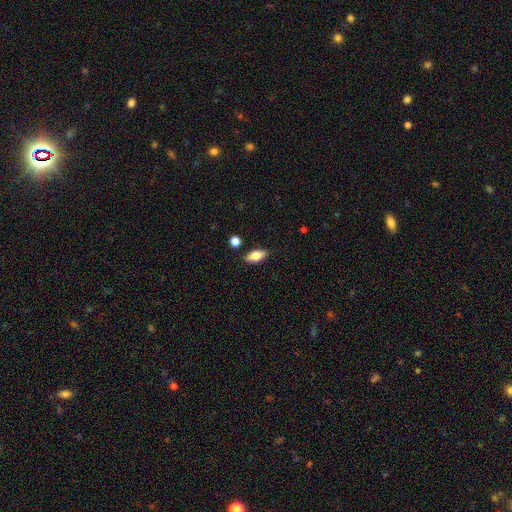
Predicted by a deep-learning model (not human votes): This is likely a smooth galaxy (77%). How rounded: clearly in between (86%). Merging: clearly none (84%).